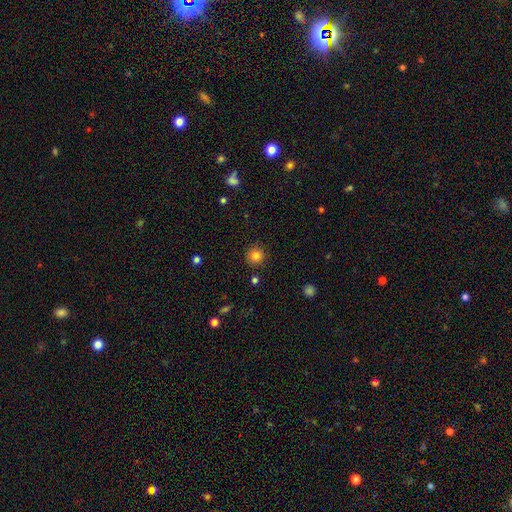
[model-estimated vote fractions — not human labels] Smooth or featured? smooth (82%)
How rounded? round (94%)
Merging? none (89%)